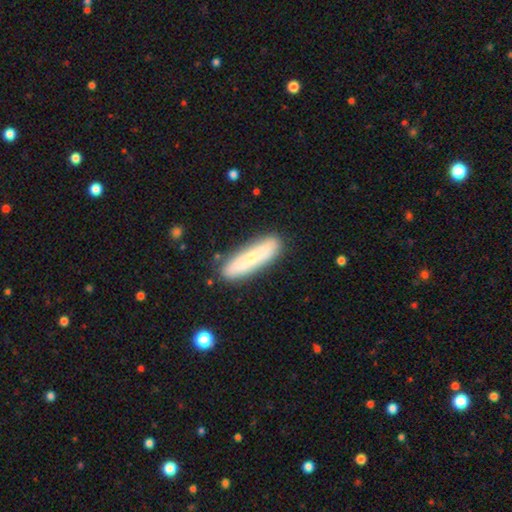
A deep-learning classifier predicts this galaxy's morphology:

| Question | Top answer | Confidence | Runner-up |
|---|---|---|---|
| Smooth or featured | smooth | 62% | featured or disk (30%) |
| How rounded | cigar-shaped | 77% | in between (21%) |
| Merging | none | 85% | minor disturbance (11%) |